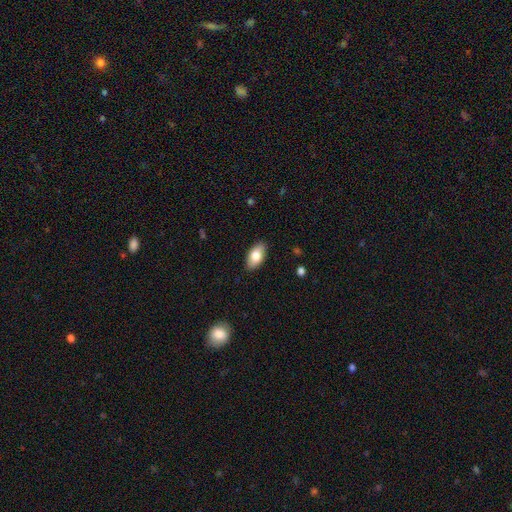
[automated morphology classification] A smooth galaxy with no disk features (80%) that is in between round and cigar-shaped (93%). Merging: none (88%).